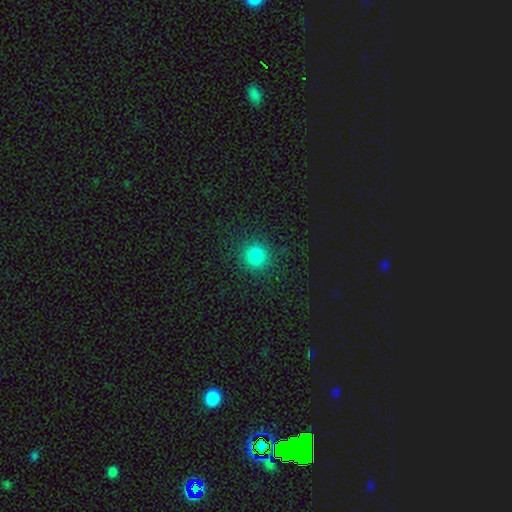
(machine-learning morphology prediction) Smooth or featured?
  - smooth: 83% *
  - star or artifact: 13%
  - featured or disk: 4%
How rounded?
  - round: 91% *
  - in between: 8%
  - cigar-shaped: 1%
Merging?
  - none: 89% *
  - minor disturbance: 7%
  - major disturbance: 3%
  - merger: 1%